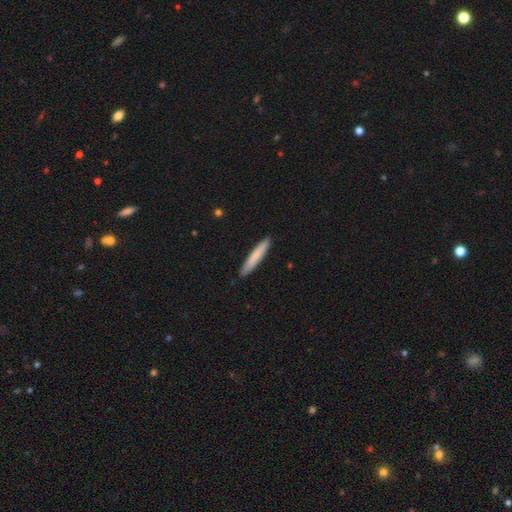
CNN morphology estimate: The model was most divided on "smooth or featured": smooth: 78%, featured or disk: 16%, star or artifact: 5%. More confident: how rounded — cigar-shaped (94%); merging — none (91%).